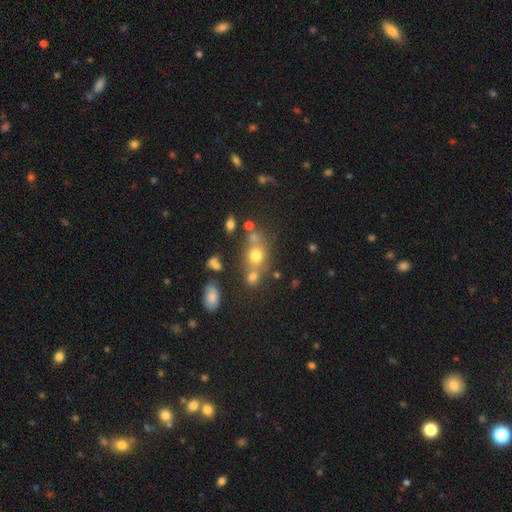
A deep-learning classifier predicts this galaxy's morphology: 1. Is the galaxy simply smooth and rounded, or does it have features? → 66% smooth, 18% star or artifact, 16% featured or disk.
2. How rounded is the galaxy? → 70% round, 28% in between, 2% cigar-shaped.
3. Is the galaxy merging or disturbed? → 51% none, 32% merger, 12% minor disturbance, 5% major disturbance.